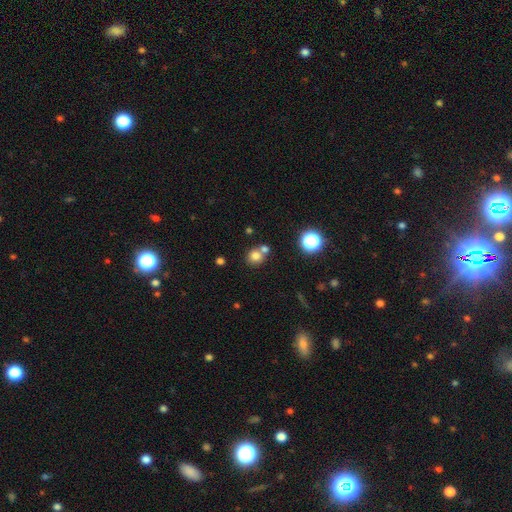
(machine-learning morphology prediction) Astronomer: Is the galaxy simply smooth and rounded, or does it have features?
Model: smooth — 76%.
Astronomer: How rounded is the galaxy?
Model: round — 83%.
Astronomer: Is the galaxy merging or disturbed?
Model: none — 54% (runner-up: merger, 35%).